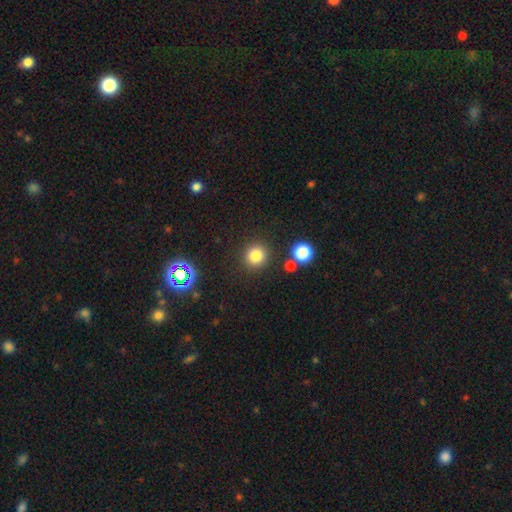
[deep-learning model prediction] smooth 81%, star or artifact 14%, featured or disk 5%. Down the decision tree: how rounded — round (91%); merging — none (86%).